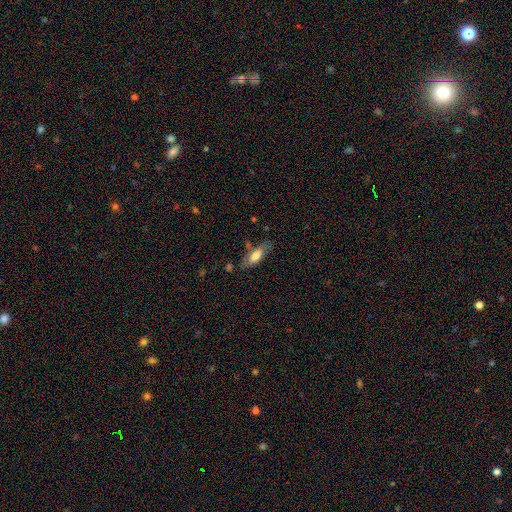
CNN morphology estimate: Smooth or featured?
  - smooth: 66% *
  - featured or disk: 27%
  - star or artifact: 7%
How rounded?
  - in between: 70% *
  - cigar-shaped: 28%
  - round: 2%
Merging?
  - none: 63% *
  - minor disturbance: 23%
  - major disturbance: 8%
  - merger: 6%